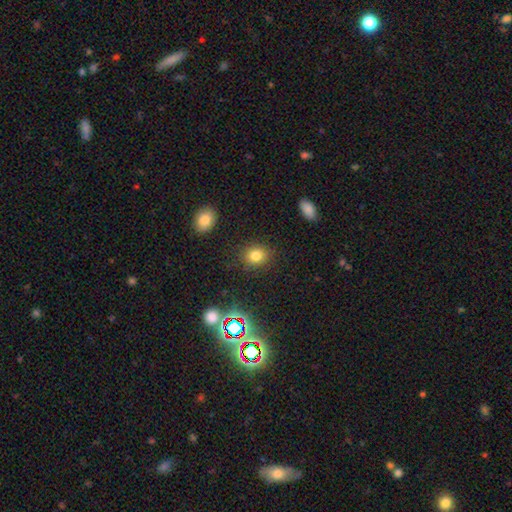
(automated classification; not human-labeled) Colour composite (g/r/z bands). It shows a smooth galaxy with no disk features (78%) that is round (67%). Merging: none (86%).